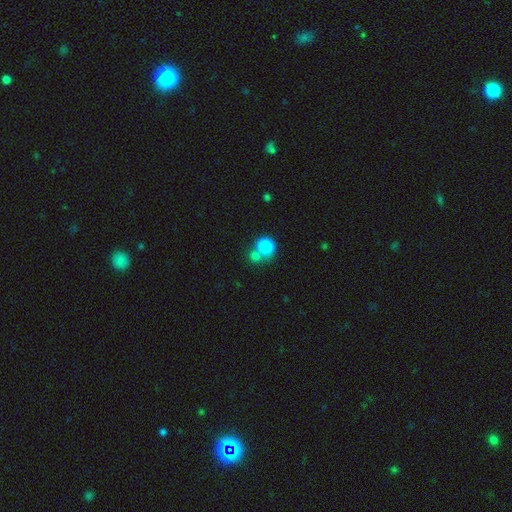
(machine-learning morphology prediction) This is likely a smooth galaxy (75%). How rounded: clearly round (82%). Merging: possibly none (49%).